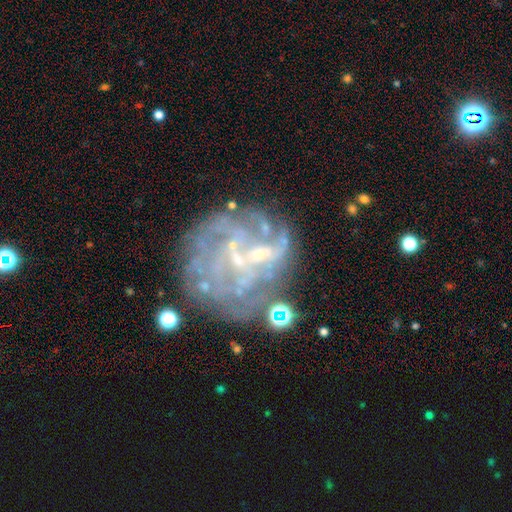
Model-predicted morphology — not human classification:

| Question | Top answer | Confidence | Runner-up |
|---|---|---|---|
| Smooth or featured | featured or disk | 72% | star or artifact (14%) |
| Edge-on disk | no | 98% | yes (2%) |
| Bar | no | 63% | weak (28%) |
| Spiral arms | no | 59% | yes (41%) |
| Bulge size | small | 43% | none (41%) |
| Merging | none | 45% | major disturbance (26%) |